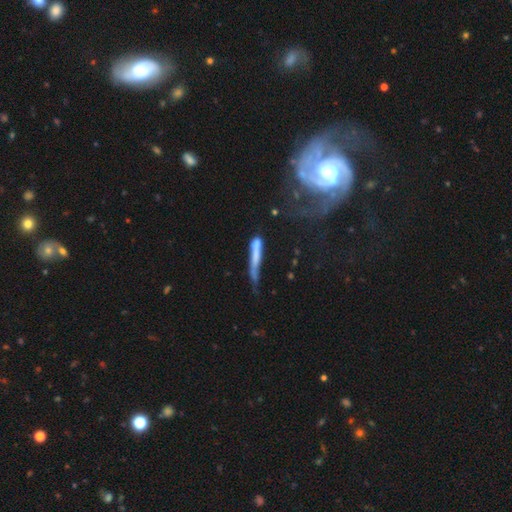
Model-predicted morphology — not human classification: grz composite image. It shows a smooth galaxy with no disk features (60%) that is cigar-shaped (92%). Merging: none (34%).